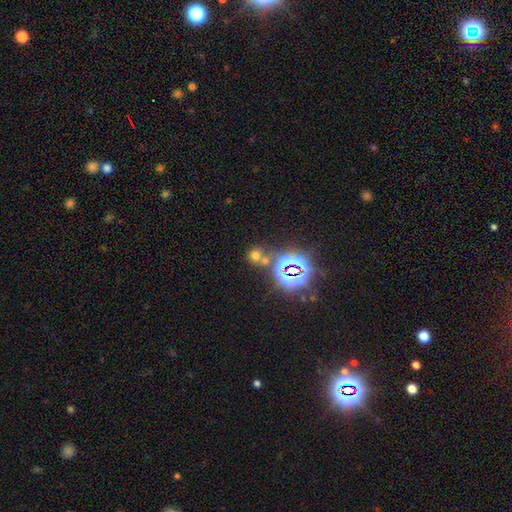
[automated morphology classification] Q: Smooth or featured?
A: smooth (53%); runner-up: star or artifact (38%)
Q: How rounded?
A: round (80%); runner-up: in between (19%)
Q: Merging?
A: none (56%); runner-up: merger (31%)